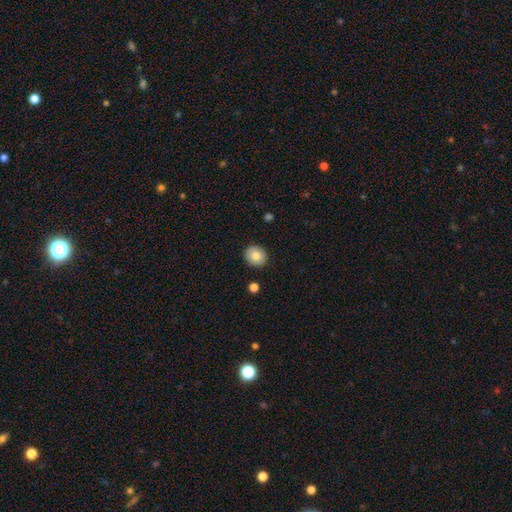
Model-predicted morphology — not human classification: Smooth or featured? Predicted: smooth (p=0.82). How rounded? Predicted: round (p=0.74). Merging? Predicted: none (p=0.90).